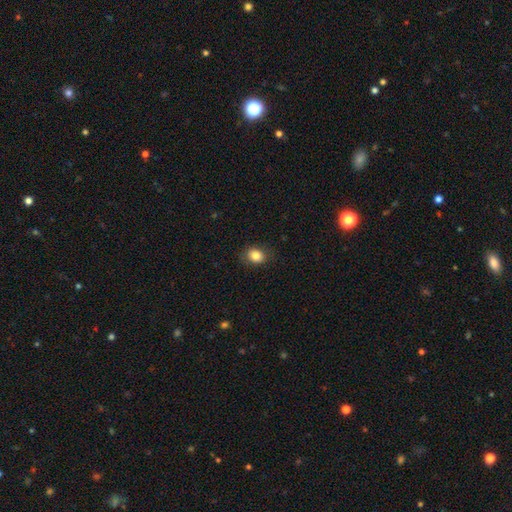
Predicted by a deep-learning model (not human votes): Morphology: type=smooth (84%); roundness=in between (54%); merging=none (84%).